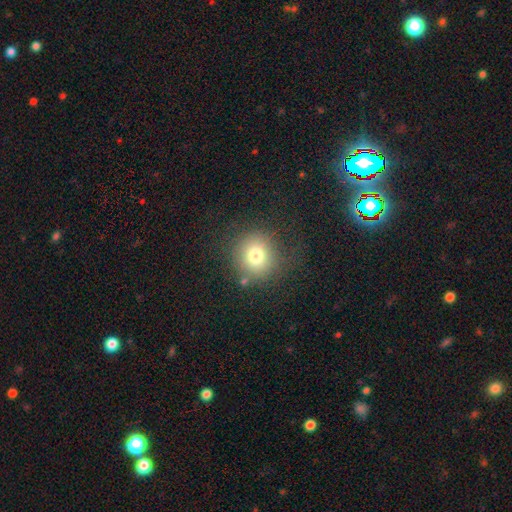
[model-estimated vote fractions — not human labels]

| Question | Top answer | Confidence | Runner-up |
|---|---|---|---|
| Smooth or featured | smooth | 76% | star or artifact (14%) |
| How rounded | round | 90% | in between (9%) |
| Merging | none | 77% | minor disturbance (13%) |